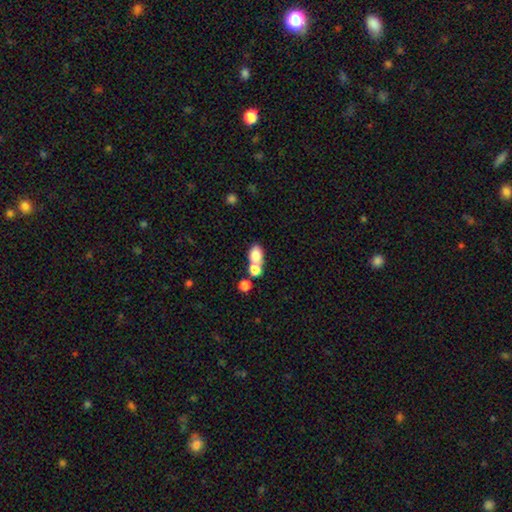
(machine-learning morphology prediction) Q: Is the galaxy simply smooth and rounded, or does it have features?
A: smooth — 78%.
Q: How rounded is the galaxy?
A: in between — 74%.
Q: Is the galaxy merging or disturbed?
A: merger — 50%.